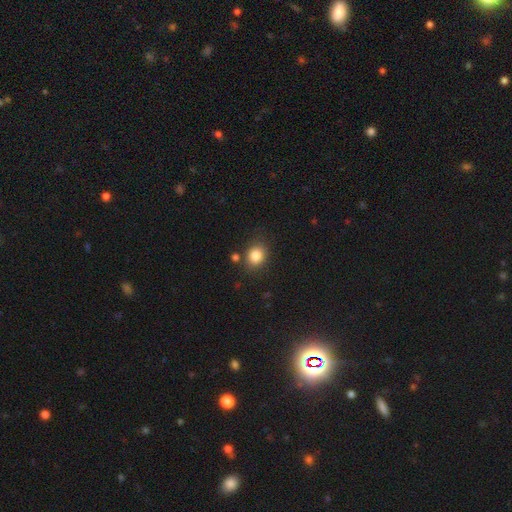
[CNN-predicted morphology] This appears to be a smooth galaxy with no disk features (84%) that is round (59%). Merging: none (79%).